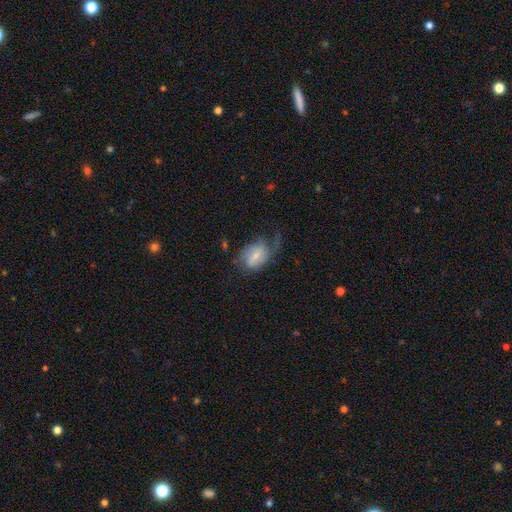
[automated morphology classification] This appears to be a featured or disk galaxy (47%). Merging: none (35%).